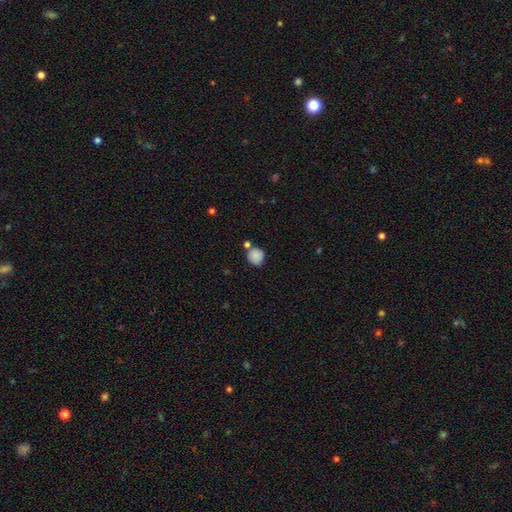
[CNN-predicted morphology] Smooth or featured: smooth — 86% (star or artifact — 8%)
How rounded: round — 89% (in between — 10%)
Merging: none — 68% (merger — 15%)